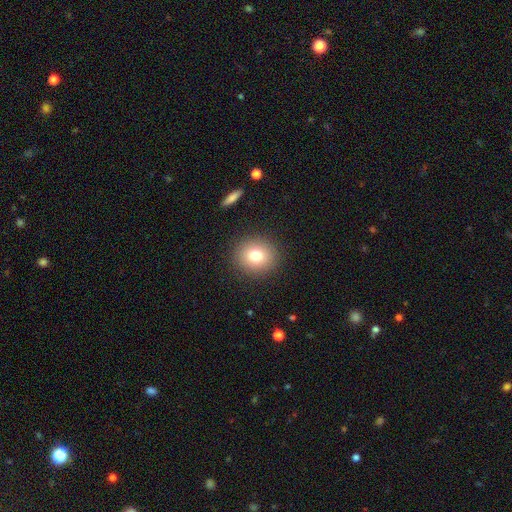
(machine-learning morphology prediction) This is likely a smooth galaxy (77%). How rounded: clearly round (86%). Merging: clearly none (90%).